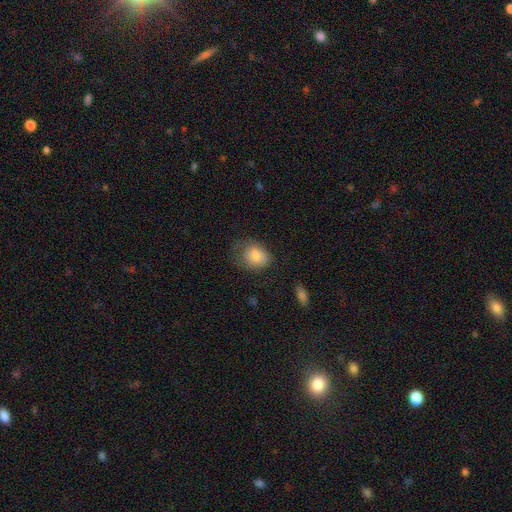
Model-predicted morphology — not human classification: Overall: smooth (79%). How rounded: in between (52%; round 47%). Merging: none (49%; minor disturbance 31%).